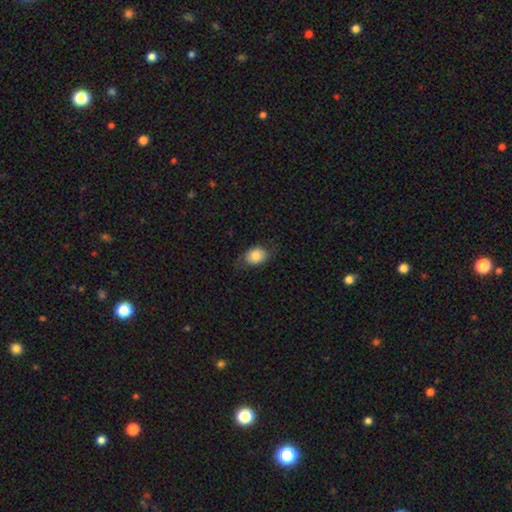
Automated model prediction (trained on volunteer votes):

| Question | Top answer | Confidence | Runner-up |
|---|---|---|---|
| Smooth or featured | smooth | 80% | featured or disk (12%) |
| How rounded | in between | 64% | round (35%) |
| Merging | none | 67% | minor disturbance (24%) |